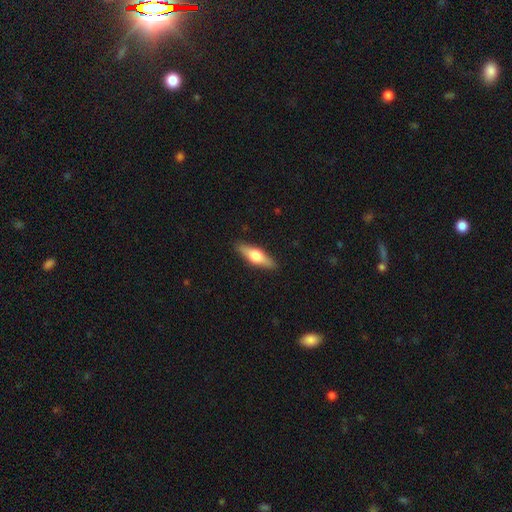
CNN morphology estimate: A smooth galaxy with no disk features (52%) that is cigar-shaped (54%). Merging: none (89%).